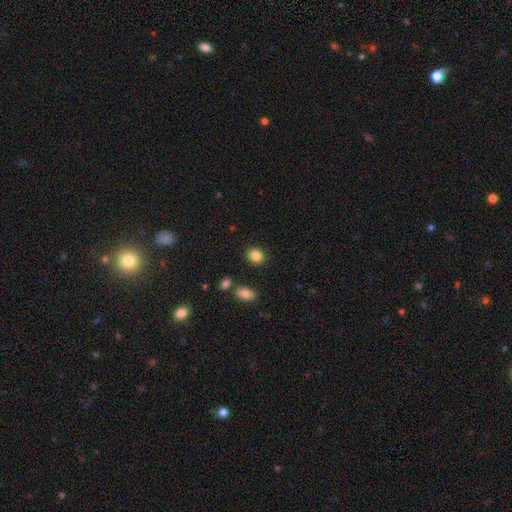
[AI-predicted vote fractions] Smooth or featured? smooth (86%)
How rounded? round (60%)
Merging? none (87%)